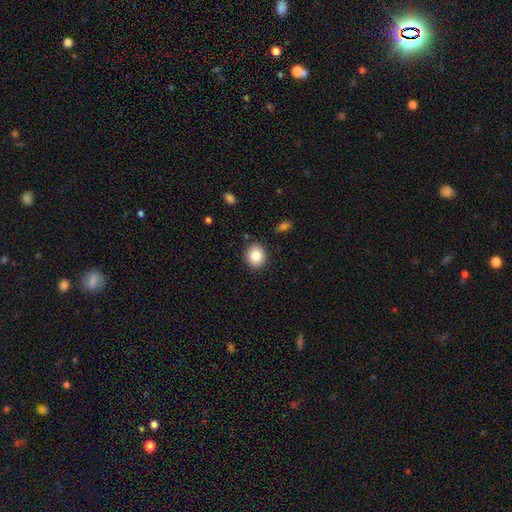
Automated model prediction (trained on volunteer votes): This appears to be a smooth galaxy with no disk features (85%) that is round (67%). Merging: none (88%).